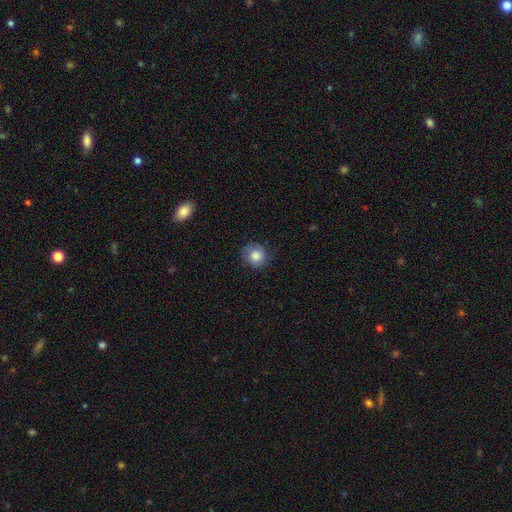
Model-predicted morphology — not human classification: Overall: smooth (75%). How rounded: round (85%). Merging: none (76%).